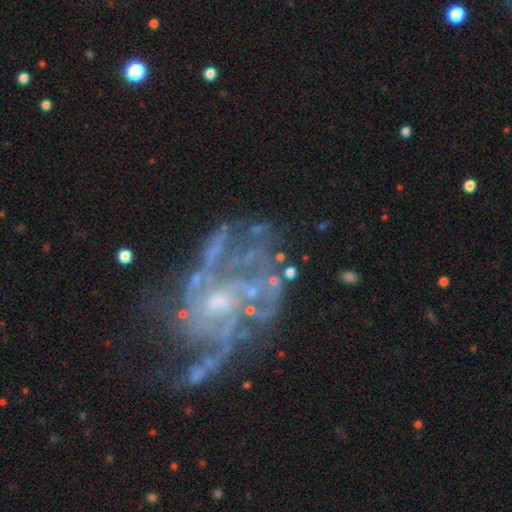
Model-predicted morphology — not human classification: type=featured or disk (83%); edge-on=no (98%); bar=no (66%); spiral arms=yes (80%); winding=medium (41%); arm count=can't tell (35%); bulge=small (49%); merging=none (44%).